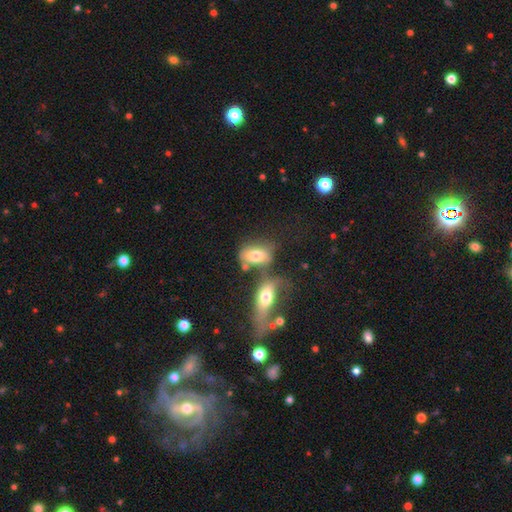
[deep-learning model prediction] Overall: smooth (68%). How rounded: in between (87%). Merging: merger (47%; none 30%).